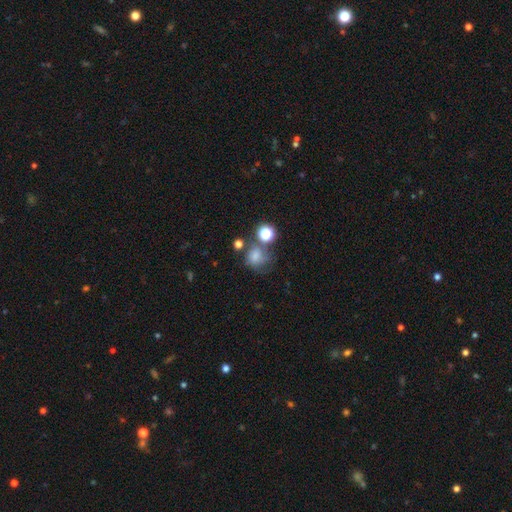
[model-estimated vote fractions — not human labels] smooth-or-featured: smooth: 68% | featured or disk: 16% | star or artifact: 16%
  how-rounded: round: 75% | in between: 24% | cigar-shaped: 1%
  merging: none: 46% | merger: 21% | minor disturbance: 18% | major disturbance: 15%